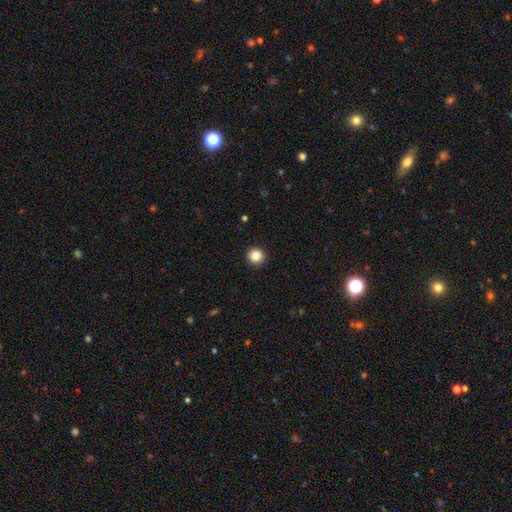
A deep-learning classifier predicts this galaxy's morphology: Smooth or featured? Predicted: smooth (p=0.87). How rounded? Predicted: round (p=0.95). Merging? Predicted: none (p=0.93).